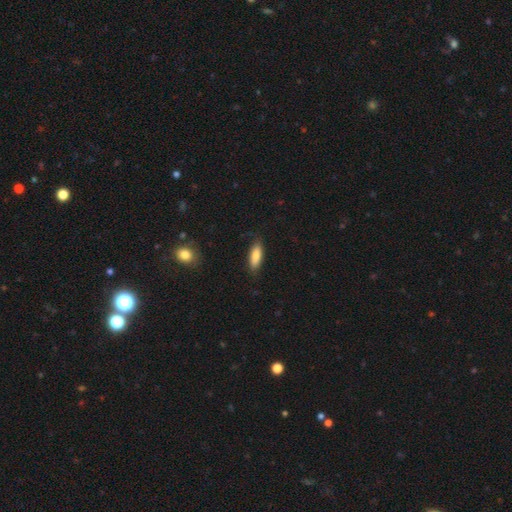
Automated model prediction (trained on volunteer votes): Morphology: type=smooth (80%); roundness=in between (57%); merging=none (82%).